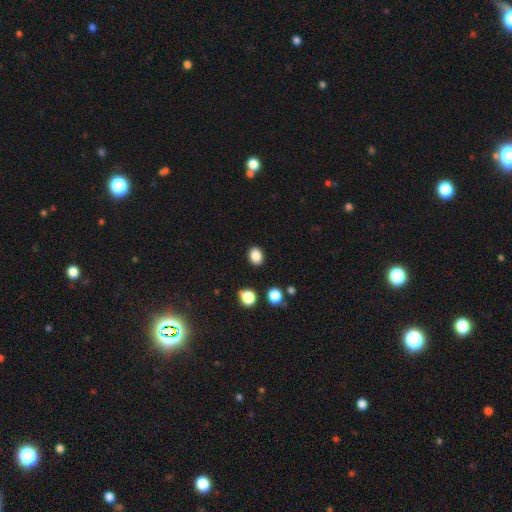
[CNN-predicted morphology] Q: Smooth or featured?
A: smooth (86%); runner-up: star or artifact (10%)
Q: How rounded?
A: in between (56%); runner-up: round (43%)
Q: Merging?
A: none (89%); runner-up: minor disturbance (7%)